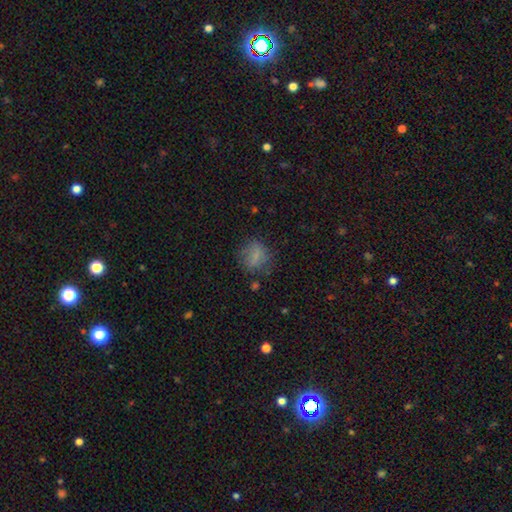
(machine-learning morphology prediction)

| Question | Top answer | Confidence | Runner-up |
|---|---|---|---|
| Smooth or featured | smooth | 71% | featured or disk (16%) |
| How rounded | round | 62% | in between (36%) |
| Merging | none | 67% | minor disturbance (20%) |